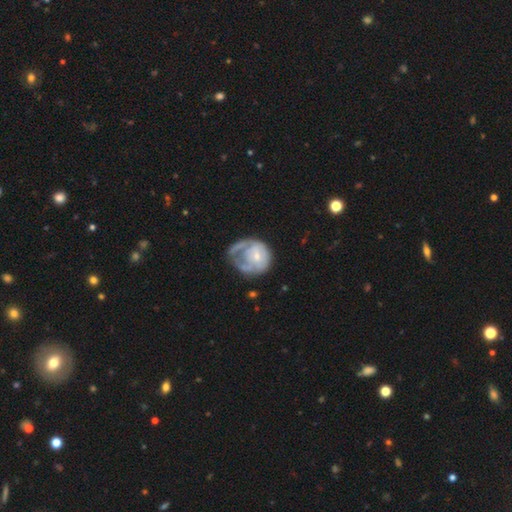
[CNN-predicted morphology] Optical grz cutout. It shows a featured or disk galaxy (55%) with no bar (75%), no spiral arms (54%) and a small central bulge (54%). Merging: major disturbance (40%).